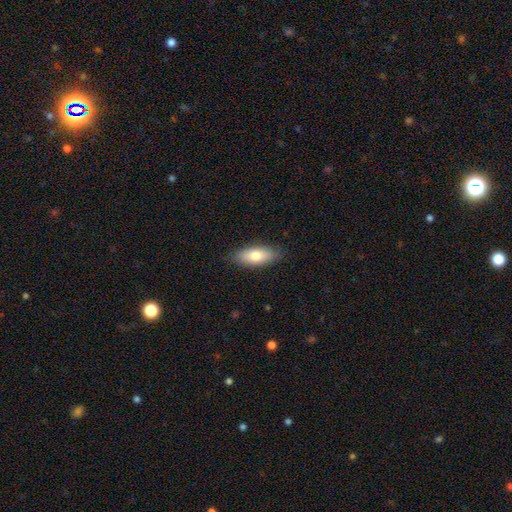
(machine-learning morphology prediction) This is likely a smooth galaxy (75%). How rounded: likely in between (79%). Merging: clearly none (85%).